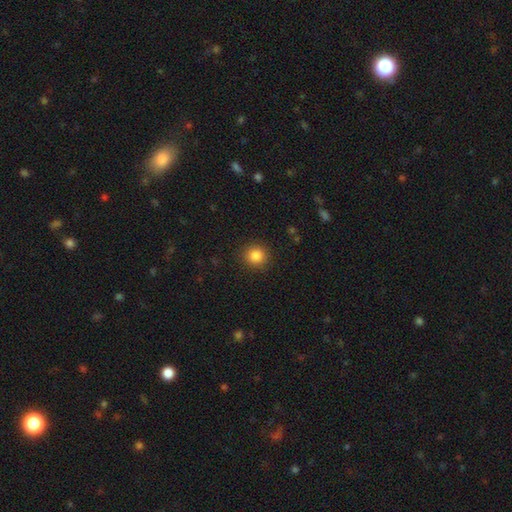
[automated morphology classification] This is clearly a smooth galaxy (85%). How rounded: clearly round (92%). Merging: clearly none (90%).